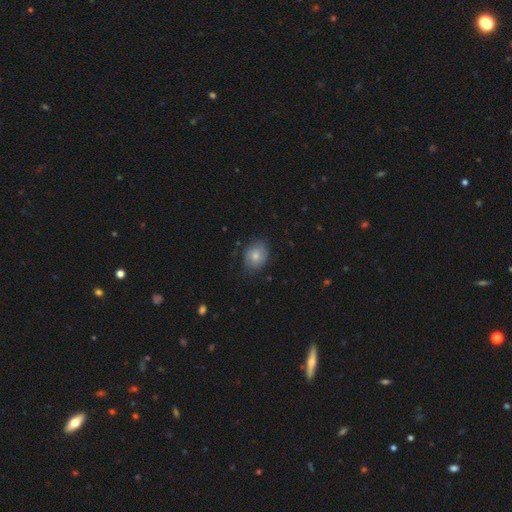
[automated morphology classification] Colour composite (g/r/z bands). It shows a smooth galaxy with no disk features (69%) that is in between round and cigar-shaped (54%). Merging: none (73%).